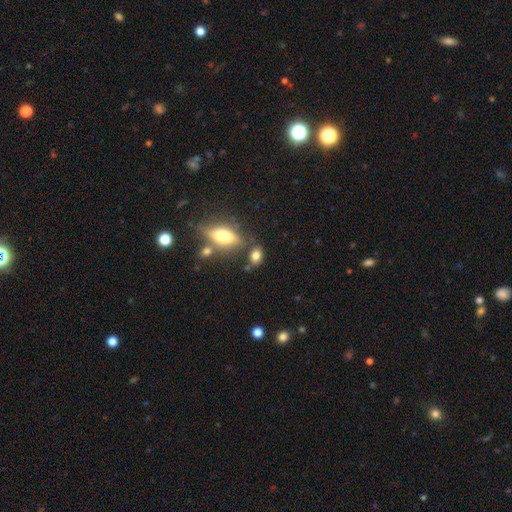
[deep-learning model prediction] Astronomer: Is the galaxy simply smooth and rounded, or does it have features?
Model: smooth — 78%.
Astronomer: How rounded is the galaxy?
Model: in between — 78%.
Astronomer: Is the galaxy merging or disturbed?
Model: none — 66%.